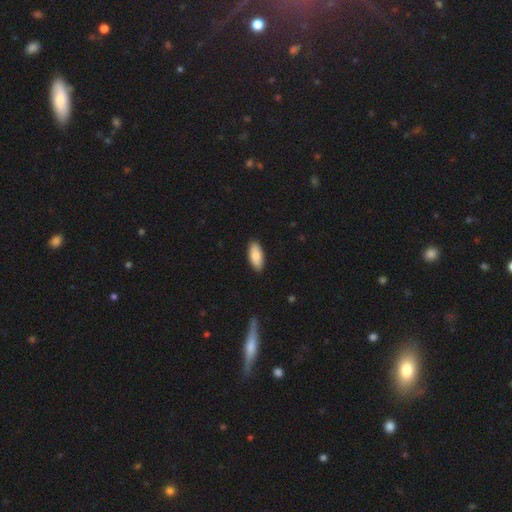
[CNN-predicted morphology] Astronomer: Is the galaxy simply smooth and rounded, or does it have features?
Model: smooth — 87%.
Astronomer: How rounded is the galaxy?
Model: in between — 87%.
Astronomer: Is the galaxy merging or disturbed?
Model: none — 89%.